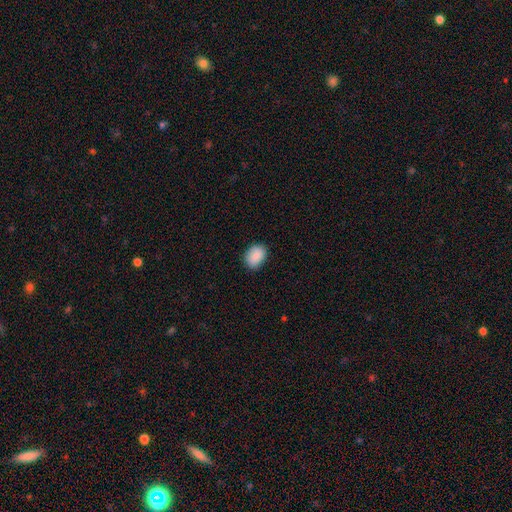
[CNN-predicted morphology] This appears to be a smooth galaxy with no disk features (90%) that is in between round and cigar-shaped (73%). Merging: none (82%).